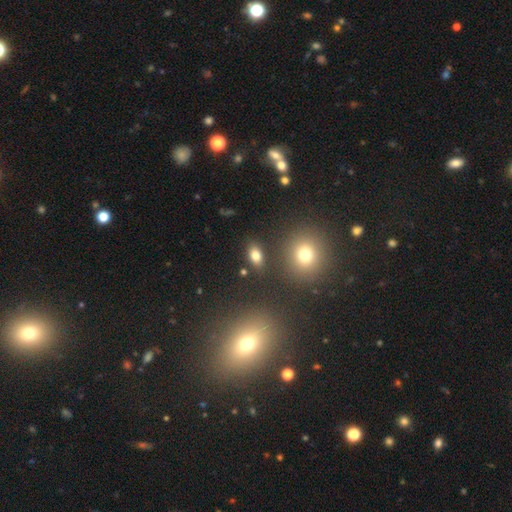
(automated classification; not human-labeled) Smooth or featured? Predicted: smooth (p=0.79). How rounded? Predicted: in between (p=0.83). Merging? Predicted: none (p=0.83).